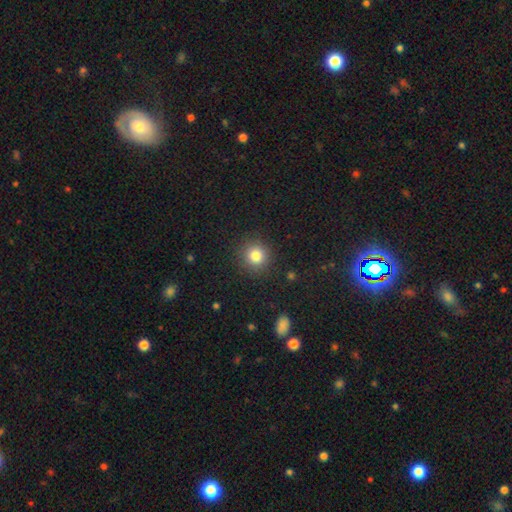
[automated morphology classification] Smooth or featured: smooth — 82% (star or artifact — 12%)
How rounded: round — 92% (in between — 7%)
Merging: none — 90% (minor disturbance — 6%)